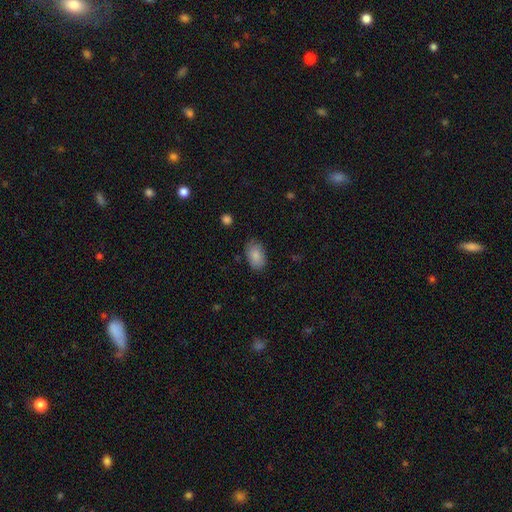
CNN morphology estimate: smooth_or_featured: smooth (p=0.86) [alt: star or artifact p=0.07]
how_rounded: in between (p=0.89) [alt: round p=0.09]
merging: none (p=0.81) [alt: minor disturbance p=0.15]